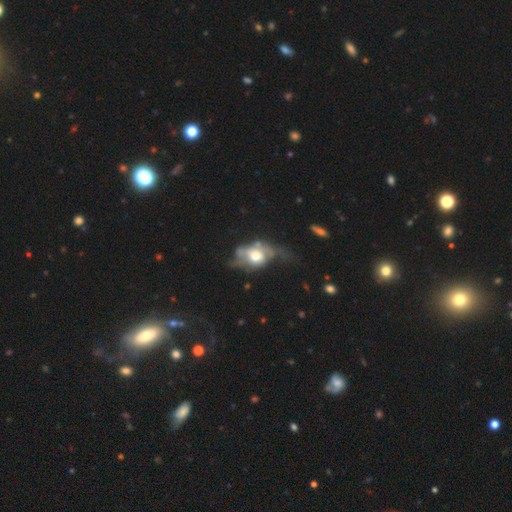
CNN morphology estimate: A featured or disk galaxy (59%) with no bar (78%), no spiral arms (50%, tied with yes) and a moderate central bulge (59%).

Vote fractions:
- Smooth or featured? featured or disk: 59% / smooth: 33% / star or artifact: 7%
- Edge-on disk? no: 89% / yes: 11%
- Bar? no: 78% / weak: 17% / strong: 5%
- Spiral arms? no: 50% (tied) / yes: 50% (tied)
- Bulge size? moderate: 59% / large: 28% / small: 9% / dominant: 3% / none: 2%
- Merging? major disturbance: 44% / none: 25% / minor disturbance: 24% / merger: 7%